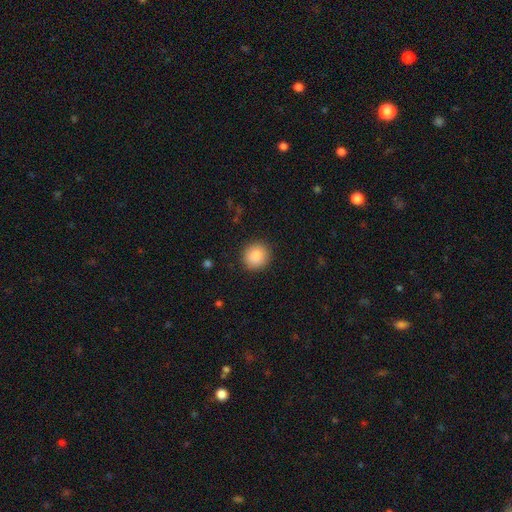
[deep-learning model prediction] Smooth or featured? smooth (87%)
How rounded? round (90%)
Merging? none (90%)